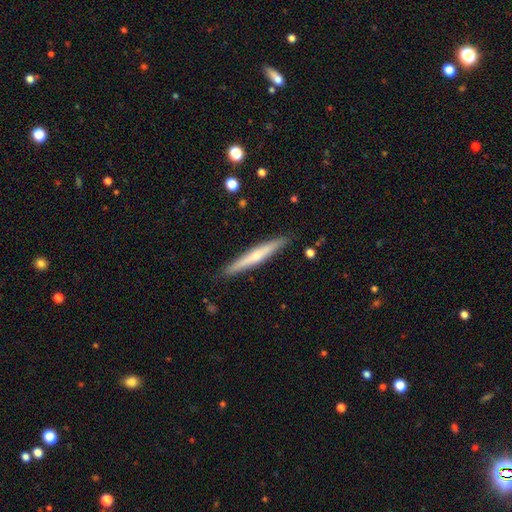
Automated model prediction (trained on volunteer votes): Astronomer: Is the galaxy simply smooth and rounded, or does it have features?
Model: featured or disk — 49% (runner-up: smooth, 45%).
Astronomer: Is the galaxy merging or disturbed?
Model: none — 90%.